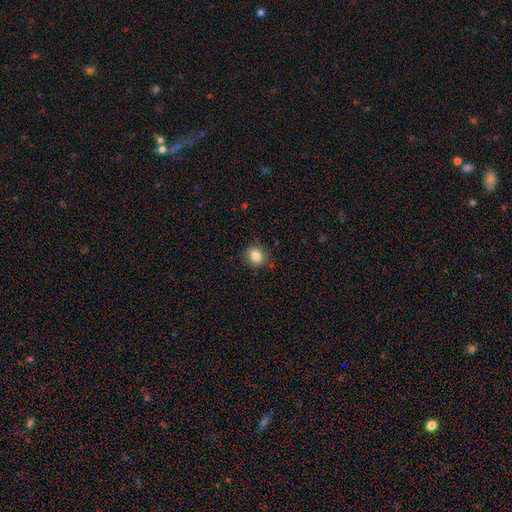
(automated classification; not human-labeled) Smooth or featured? Predicted: smooth (p=0.85). How rounded? Predicted: round (p=0.74). Merging? Predicted: none (p=0.86).